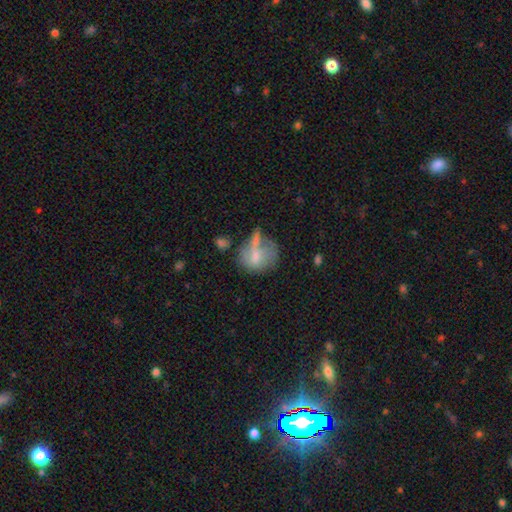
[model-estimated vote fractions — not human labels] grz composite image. It shows a smooth galaxy with no disk features (59%) that is round (56%). Merging: none (31%).